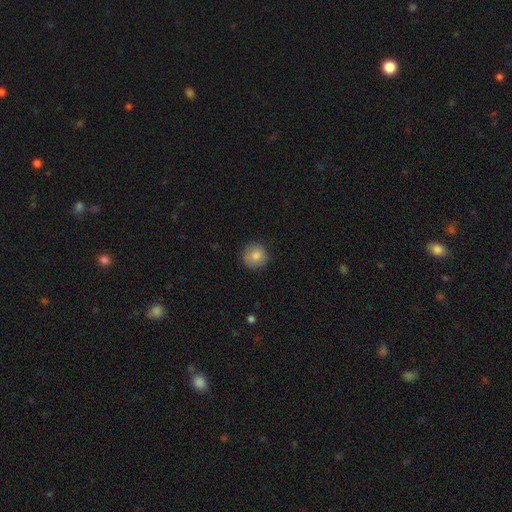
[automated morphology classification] This is clearly a smooth galaxy (82%). How rounded: clearly round (94%). Merging: clearly none (86%).